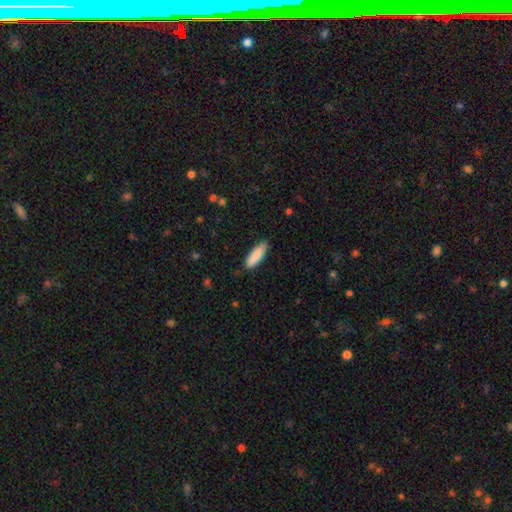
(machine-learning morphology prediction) smooth 87%, featured or disk 7%, star or artifact 6%. Down the decision tree: how rounded — in between (52%); merging — none (85%).